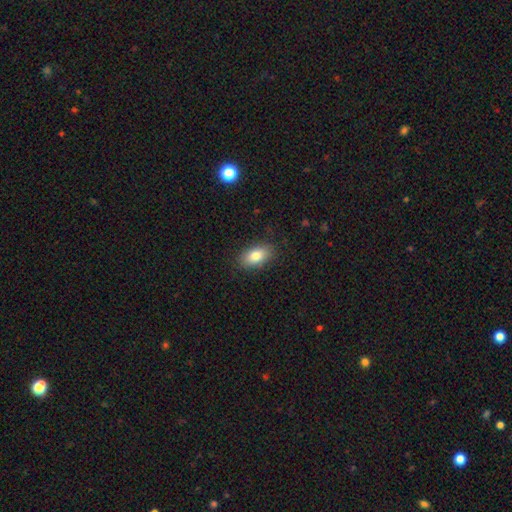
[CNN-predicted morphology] Q: Smooth or featured?
A: smooth (82%); runner-up: featured or disk (10%)
Q: How rounded?
A: in between (90%); runner-up: round (6%)
Q: Merging?
A: none (86%); runner-up: minor disturbance (11%)